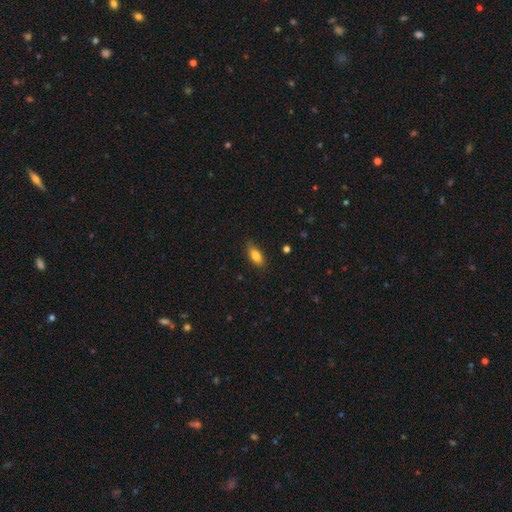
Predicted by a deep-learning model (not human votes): The model was most divided on "how rounded": in between: 82%, cigar-shaped: 15%, round: 3%. More confident: smooth or featured — smooth (82%); merging — none (82%).